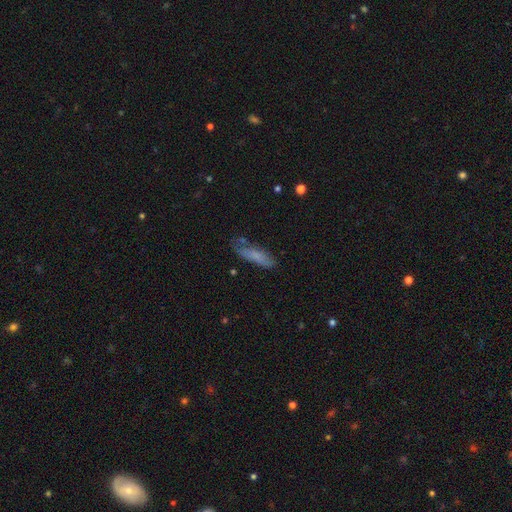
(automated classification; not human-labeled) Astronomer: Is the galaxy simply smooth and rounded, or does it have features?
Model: smooth — 71%.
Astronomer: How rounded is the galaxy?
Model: cigar-shaped — 61% (runner-up: in between, 37%).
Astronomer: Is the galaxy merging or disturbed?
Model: none — 61%.